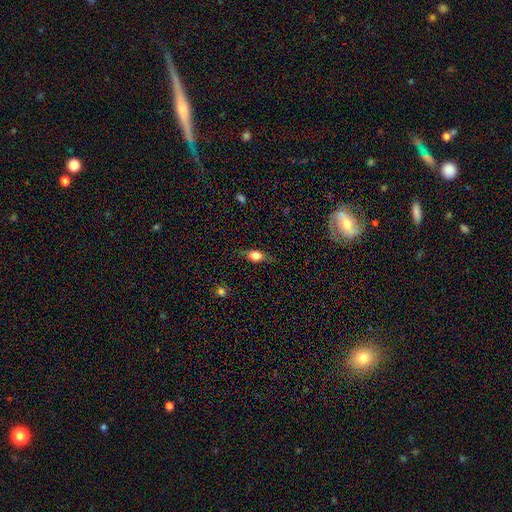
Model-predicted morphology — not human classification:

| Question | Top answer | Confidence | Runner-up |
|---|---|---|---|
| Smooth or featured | smooth | 67% | featured or disk (22%) |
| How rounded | in between | 65% | round (23%) |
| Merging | none | 73% | minor disturbance (20%) |